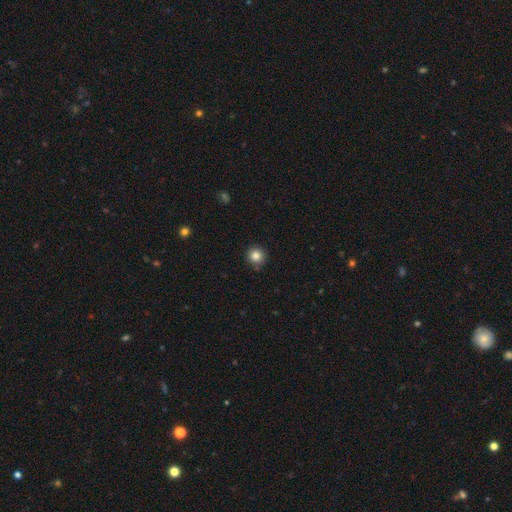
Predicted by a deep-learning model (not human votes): Overall: smooth (83%). How rounded: round (94%). Merging: none (89%).